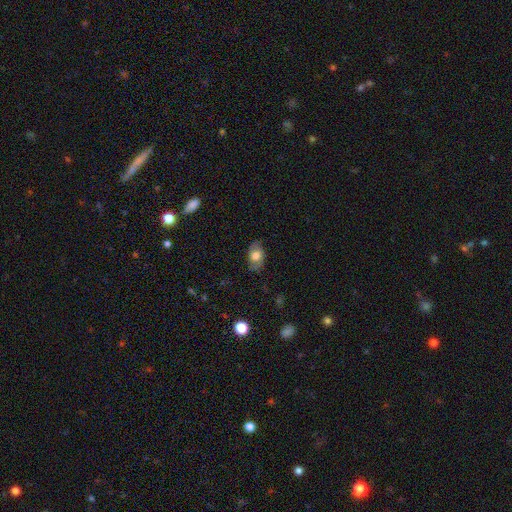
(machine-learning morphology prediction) A smooth galaxy with no disk features (63%) that is in between round and cigar-shaped (87%).

Vote fractions:
- Smooth or featured? smooth: 63% / featured or disk: 29% / star or artifact: 8%
- How rounded? in between: 87% / round: 12% / cigar-shaped: 2%
- Merging? none: 78% / minor disturbance: 17% / major disturbance: 4% / merger: 1%